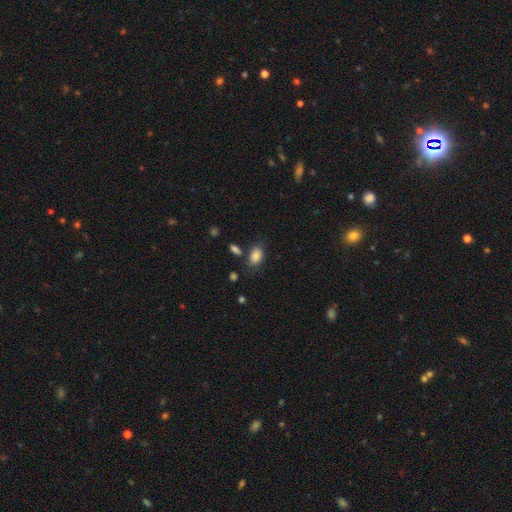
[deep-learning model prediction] smooth_or_featured: smooth (p=0.86) [alt: star or artifact p=0.09]
how_rounded: in between (p=0.87) [alt: round p=0.11]
merging: none (p=0.70) [alt: minor disturbance p=0.18]